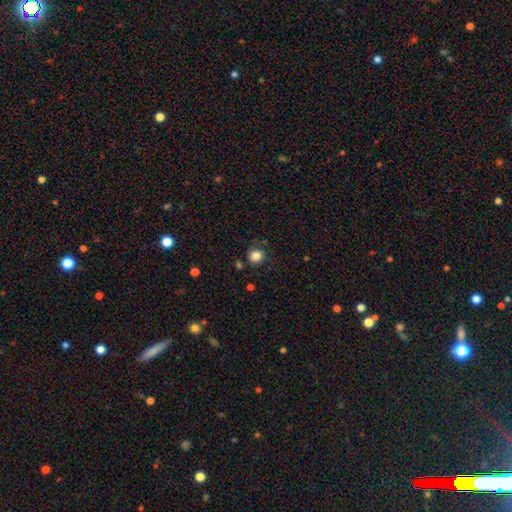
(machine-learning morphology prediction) The model was most divided on "merging": none: 67%, minor disturbance: 21%, major disturbance: 8%, merger: 3%. More confident: smooth or featured — smooth (83%); how rounded — round (78%).